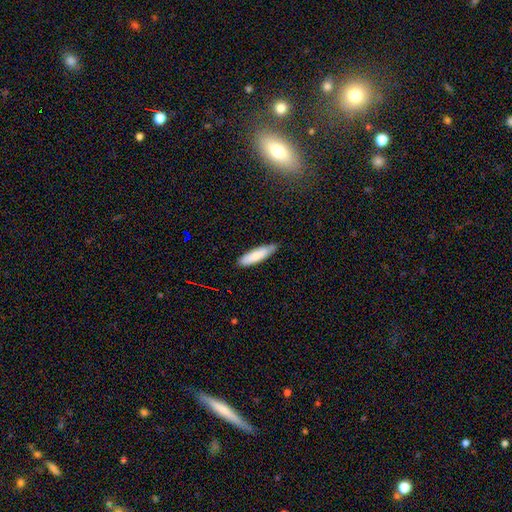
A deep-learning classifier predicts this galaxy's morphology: Overall: smooth (83%). How rounded: cigar-shaped (68%; in between 31%). Merging: none (78%).